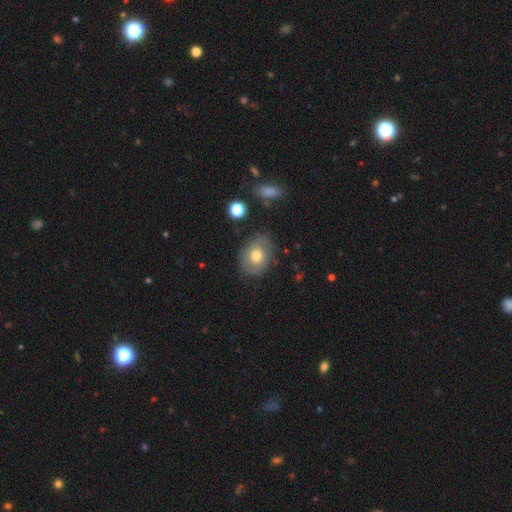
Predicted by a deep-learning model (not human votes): Smooth or featured? Predicted: smooth (p=0.49). Merging? Predicted: none (p=0.78).